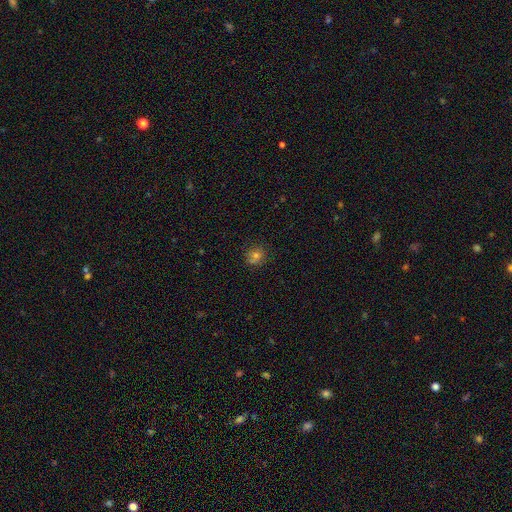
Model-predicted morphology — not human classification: smooth-or-featured: smooth: 68% | star or artifact: 21% | featured or disk: 11%
  how-rounded: round: 87% | in between: 12% | cigar-shaped: 1%
  merging: none: 77% | minor disturbance: 12% | merger: 7% | major disturbance: 3%